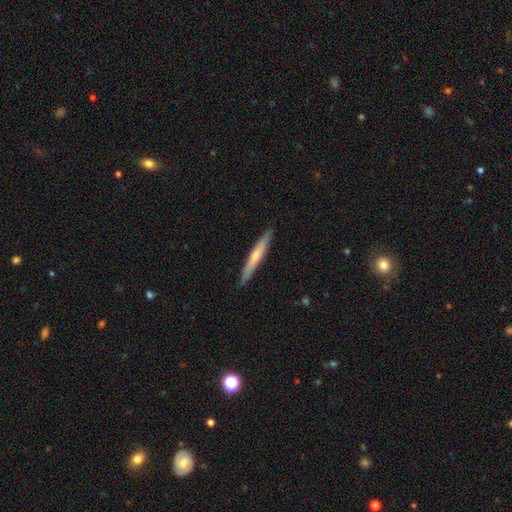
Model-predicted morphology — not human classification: Q: Smooth or featured?
A: smooth (52%); runner-up: featured or disk (43%)
Q: How rounded?
A: cigar-shaped (95%); runner-up: in between (3%)
Q: Merging?
A: none (90%); runner-up: minor disturbance (7%)